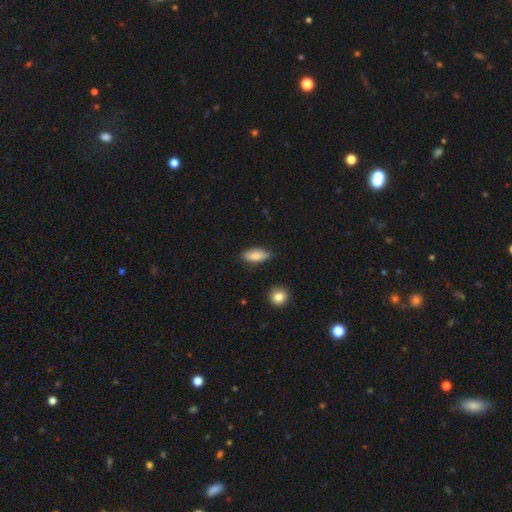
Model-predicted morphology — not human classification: smooth 87%, featured or disk 7%, star or artifact 6%. Down the decision tree: how rounded — in between (82%); merging — none (84%).